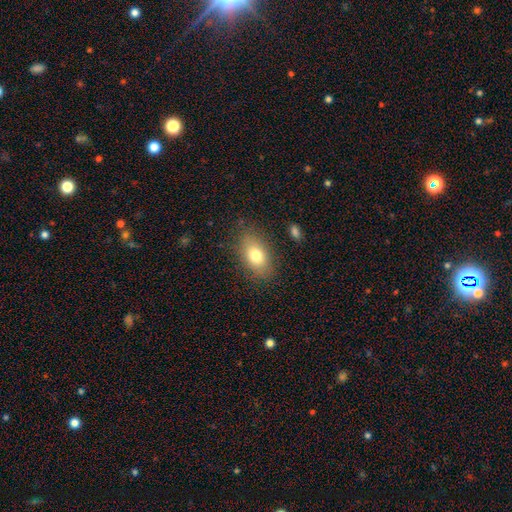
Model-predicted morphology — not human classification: Smooth or featured? Predicted: smooth (p=0.77). How rounded? Predicted: in between (p=0.88). Merging? Predicted: none (p=0.81).